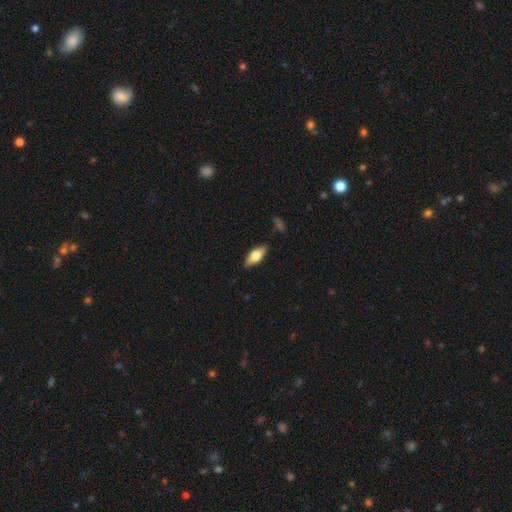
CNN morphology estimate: Smooth or featured? Predicted: smooth (p=0.67). How rounded? Predicted: in between (p=0.79). Merging? Predicted: none (p=0.87).